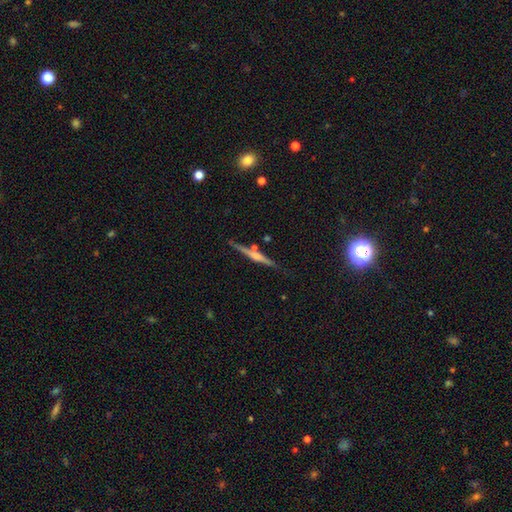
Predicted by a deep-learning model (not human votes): Smooth or featured?
  - featured or disk: 63% *
  - smooth: 30%
  - star or artifact: 7%
Edge-on disk?
  - yes: 97% *
  - no: 3%
Edge-on bulge?
  - rounded: 61% *
  - none: 23%
  - boxy: 16%
Merging?
  - none: 79% *
  - minor disturbance: 12%
  - merger: 7%
  - major disturbance: 3%